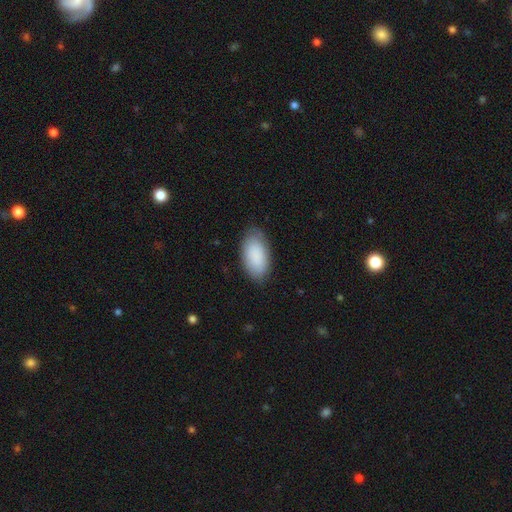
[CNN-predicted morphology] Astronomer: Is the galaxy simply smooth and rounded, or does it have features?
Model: smooth — 88%.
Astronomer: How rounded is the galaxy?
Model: in between — 95%.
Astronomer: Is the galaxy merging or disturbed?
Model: none — 81%.